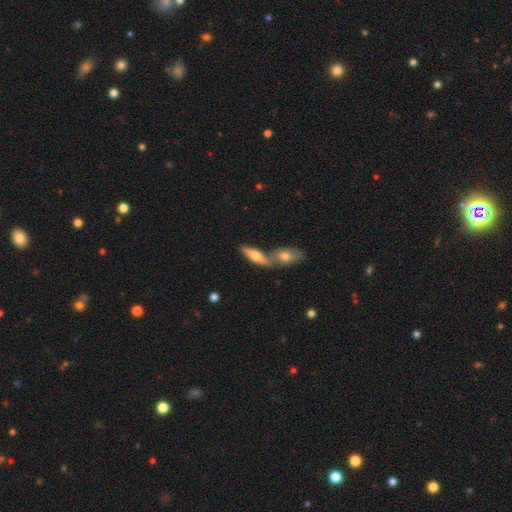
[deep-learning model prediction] smooth_or_featured: smooth (p=0.62) [alt: featured or disk p=0.32]
how_rounded: in between (p=0.56) [alt: cigar-shaped p=0.41]
merging: merger (p=0.50) [alt: none p=0.39]